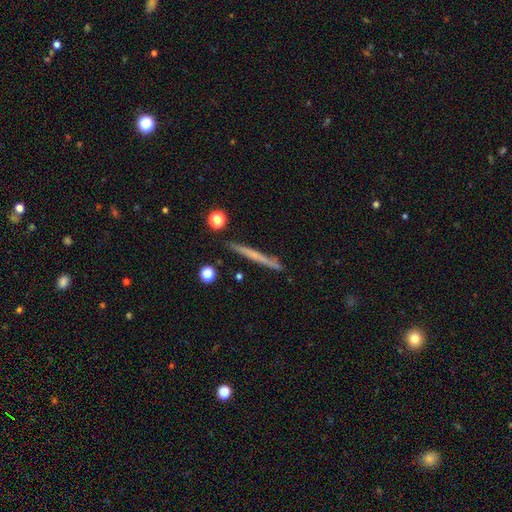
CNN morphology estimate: featured or disk 47%, smooth 46%, star or artifact 7%. Down the decision tree: merging — none (87%).